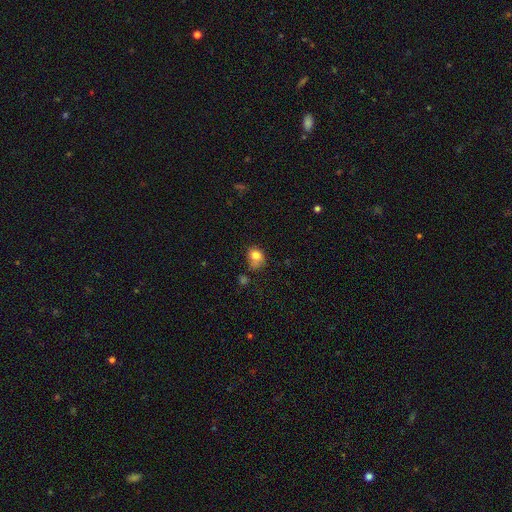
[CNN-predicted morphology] smooth 79%, star or artifact 11%, featured or disk 10%. Down the decision tree: how rounded — round (56%); merging — none (46%).